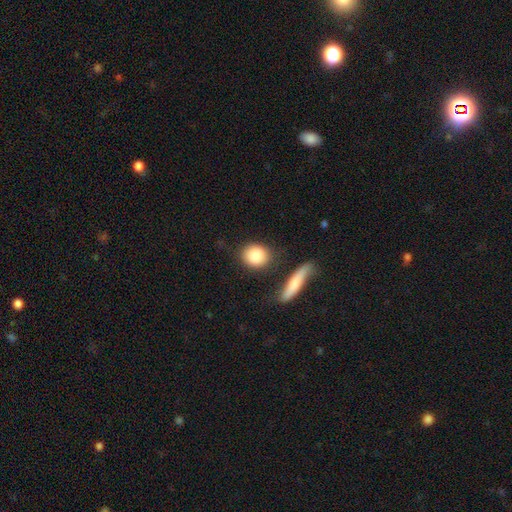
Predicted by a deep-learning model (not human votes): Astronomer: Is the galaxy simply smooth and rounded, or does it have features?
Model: smooth — 87%.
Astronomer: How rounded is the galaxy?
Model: round — 64%.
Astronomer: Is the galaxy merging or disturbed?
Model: none — 75%.